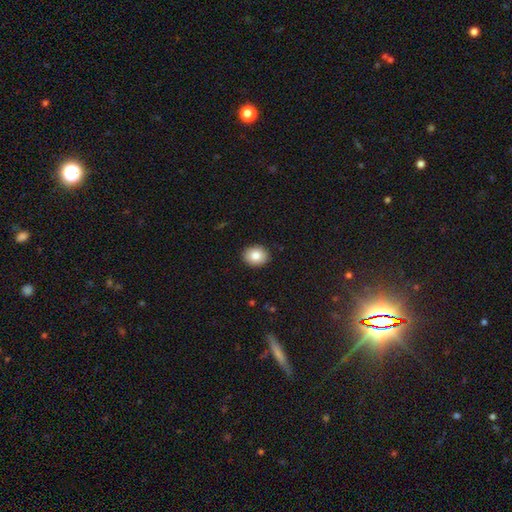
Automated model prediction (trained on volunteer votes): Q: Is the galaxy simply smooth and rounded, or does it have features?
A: smooth — 85%.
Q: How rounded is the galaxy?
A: in between — 52%.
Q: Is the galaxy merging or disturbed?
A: none — 90%.